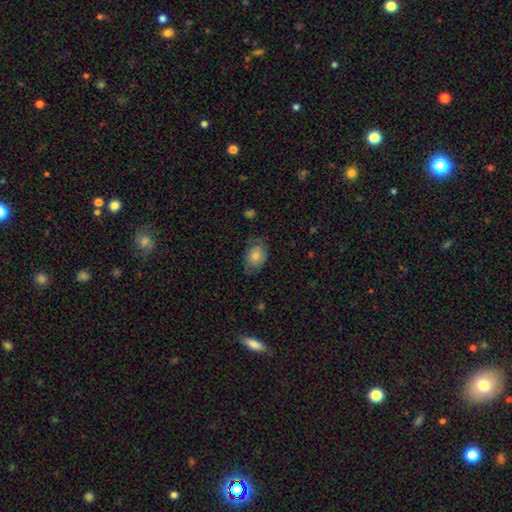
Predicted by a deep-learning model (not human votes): Morphology: type=smooth (67%); roundness=in between (71%); merging=none (59%).